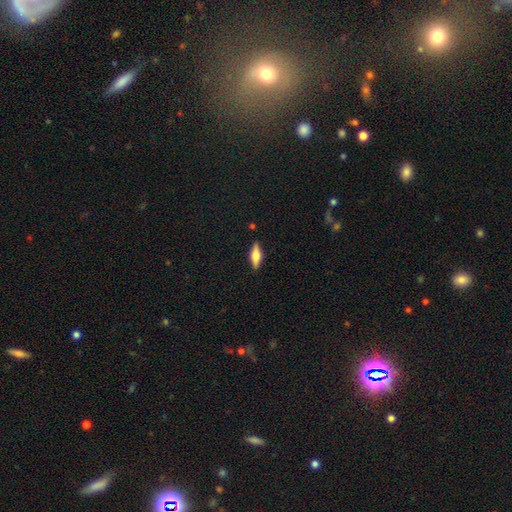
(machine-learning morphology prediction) Overall: smooth (50%; featured or disk 43%). Merging: none (87%).